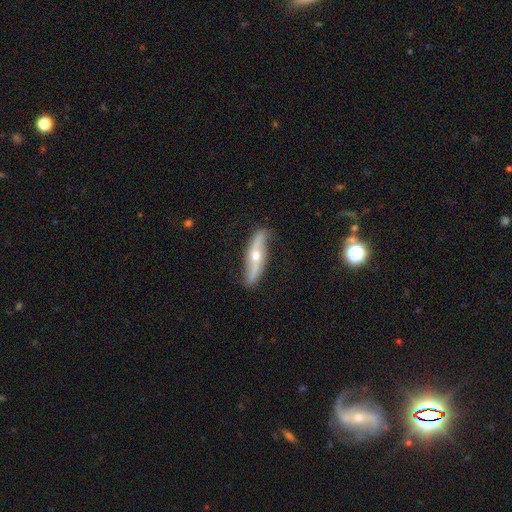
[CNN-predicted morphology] The model was most divided on "edge-on disk": no: 55%, yes: 45%. More confident: merging — none (80%); smooth or featured — featured or disk (73%).